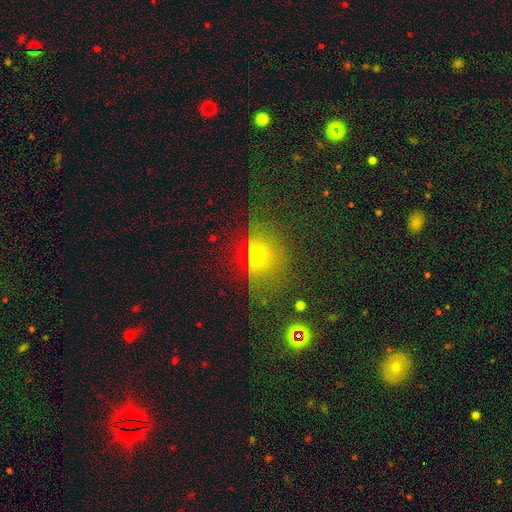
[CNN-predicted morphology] Smooth or featured: smooth — 52% (star or artifact — 27%)
How rounded: round — 50% (in between — 46%)
Merging: none — 57% (minor disturbance — 20%)